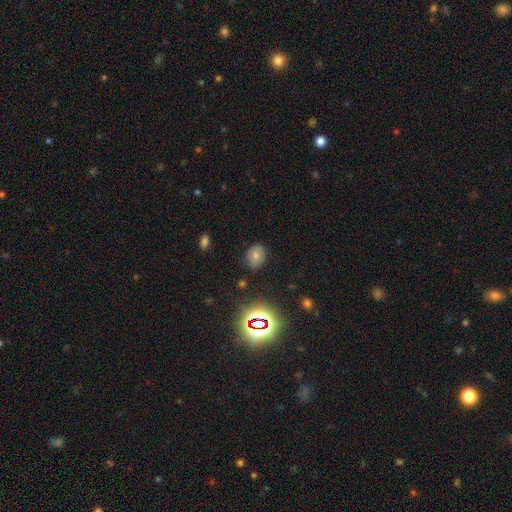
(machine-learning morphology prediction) The model was most divided on "how rounded": in between: 55%, round: 44%, cigar-shaped: 1%. More confident: merging — none (81%); smooth or featured — smooth (66%).